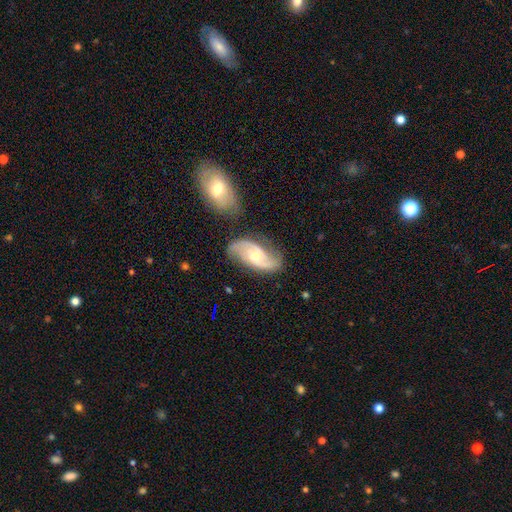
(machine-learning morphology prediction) This appears to be a featured or disk galaxy (80%) with no bar (58%), 2 (87%) medium (43%) spiral arms (94%) and a moderate central bulge (60%). Merging: none (67%).